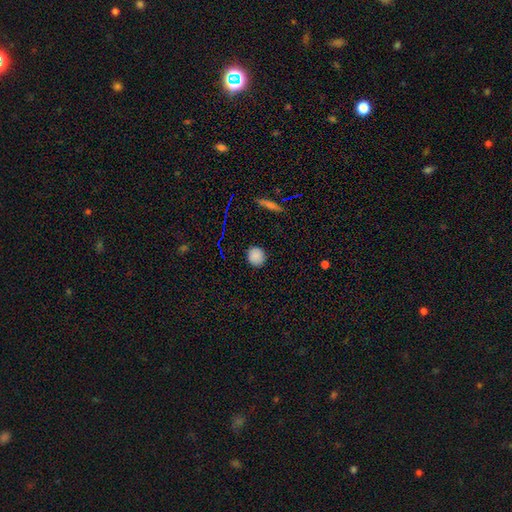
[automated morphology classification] smooth 85%, star or artifact 10%, featured or disk 5%. Down the decision tree: how rounded — round (85%); merging — none (88%).